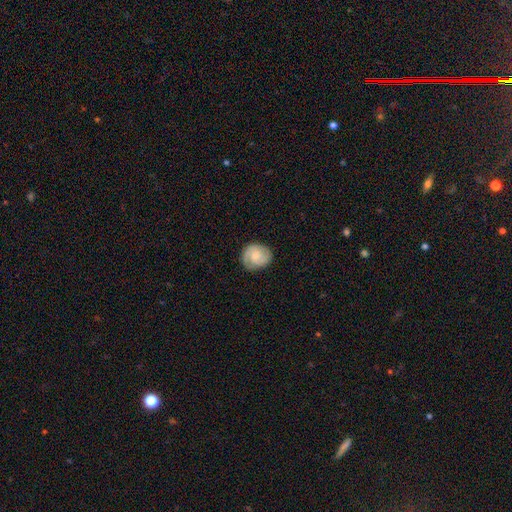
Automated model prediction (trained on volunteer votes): smooth-or-featured: featured or disk: 48% | smooth: 45% | star or artifact: 7%
  merging: none: 79% | minor disturbance: 16% | major disturbance: 4% | merger: 1%